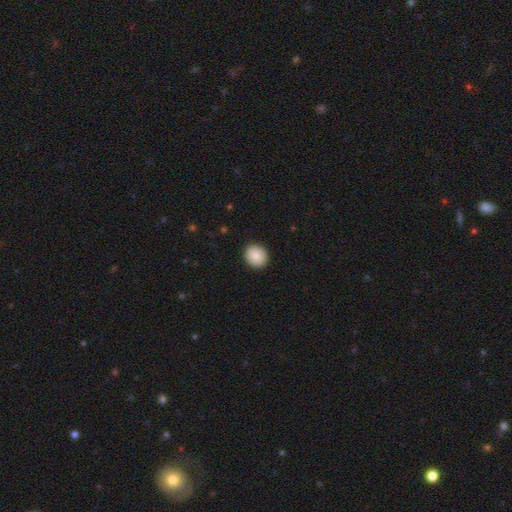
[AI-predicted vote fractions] The model was most divided on "how rounded": round: 80%, in between: 19%, cigar-shaped: 1%. More confident: merging — none (92%); smooth or featured — smooth (84%).